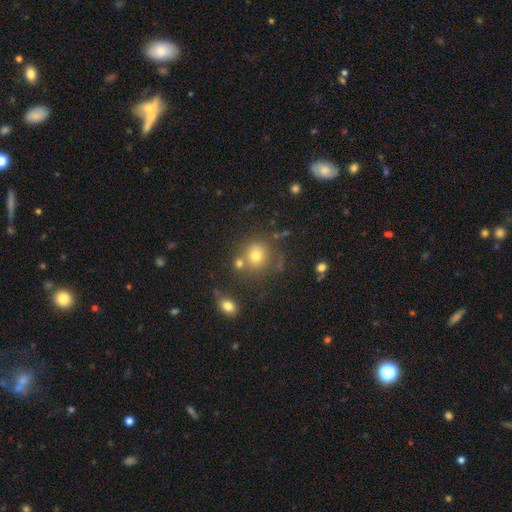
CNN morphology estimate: Overall: smooth (73%). How rounded: round (85%). Merging: none (63%).